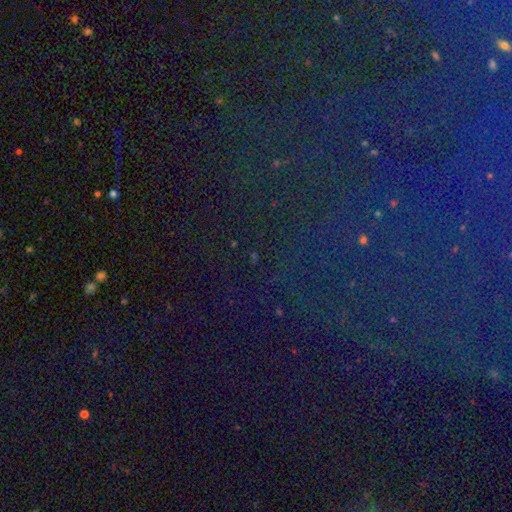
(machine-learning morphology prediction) Smooth or featured: star or artifact — 84% (smooth — 9%)